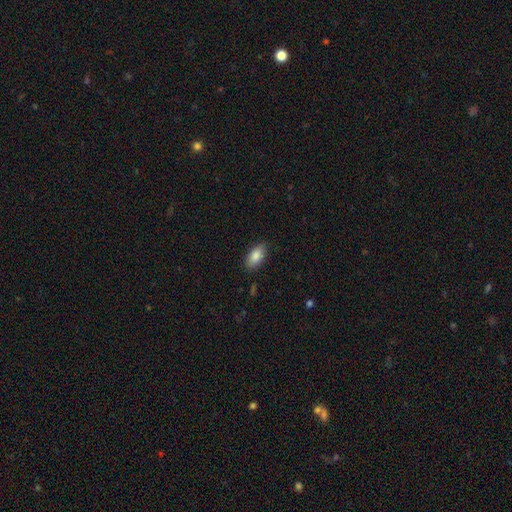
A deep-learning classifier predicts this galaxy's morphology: smooth-or-featured: smooth: 86% | featured or disk: 7% | star or artifact: 7%
  how-rounded: in between: 92% | cigar-shaped: 4% | round: 4%
  merging: none: 85% | minor disturbance: 12% | major disturbance: 2% | merger: 1%